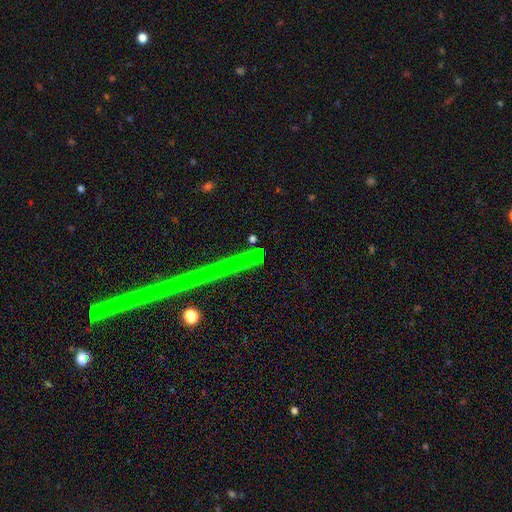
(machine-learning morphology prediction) smooth-or-featured: star or artifact: 68% | smooth: 16% | featured or disk: 16%